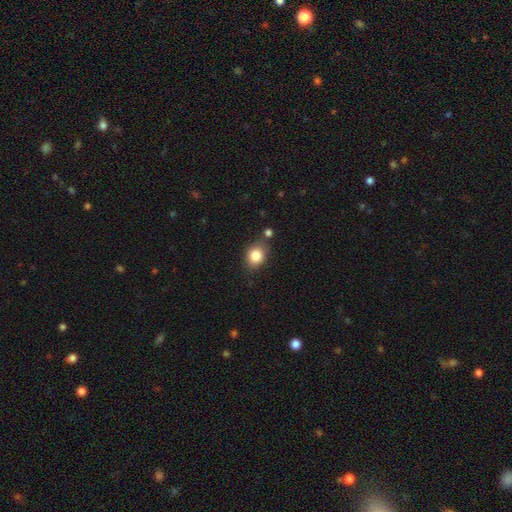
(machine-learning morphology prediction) The model was most divided on "how rounded": round: 53%, in between: 46%, cigar-shaped: 1%. More confident: smooth or featured — smooth (84%); merging — none (74%).